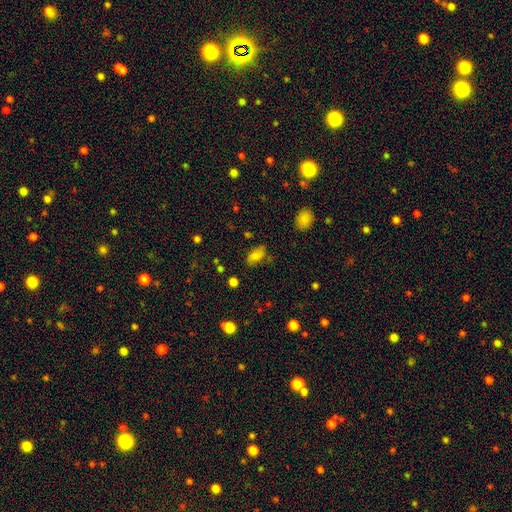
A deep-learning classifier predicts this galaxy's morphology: smooth_or_featured: smooth (p=0.78) [alt: featured or disk p=0.11]
how_rounded: in between (p=0.91) [alt: round p=0.06]
merging: none (p=0.70) [alt: minor disturbance p=0.21]